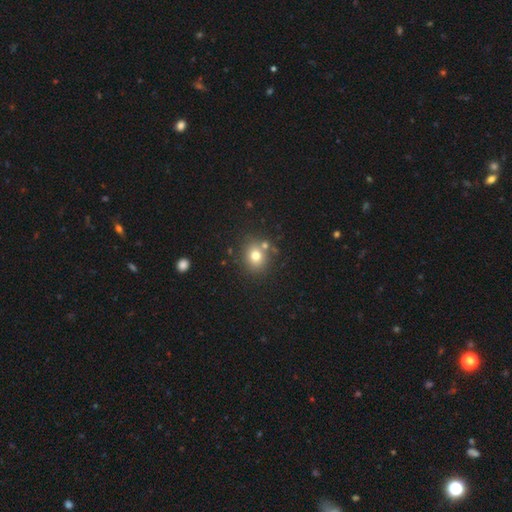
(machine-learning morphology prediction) Overall: smooth (75%). How rounded: round (71%). Merging: none (73%).